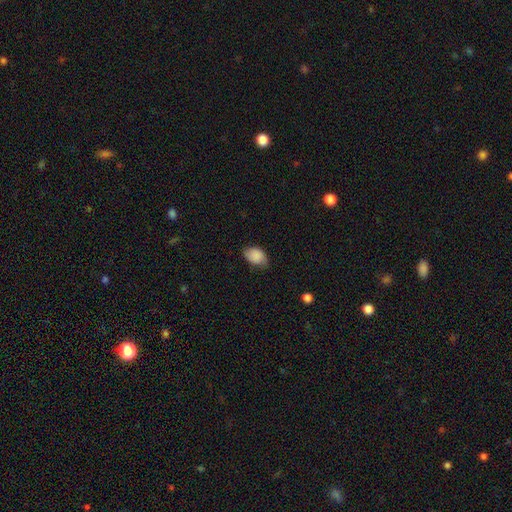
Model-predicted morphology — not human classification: Smooth or featured? Predicted: smooth (p=0.86). How rounded? Predicted: in between (p=0.80). Merging? Predicted: none (p=0.61).